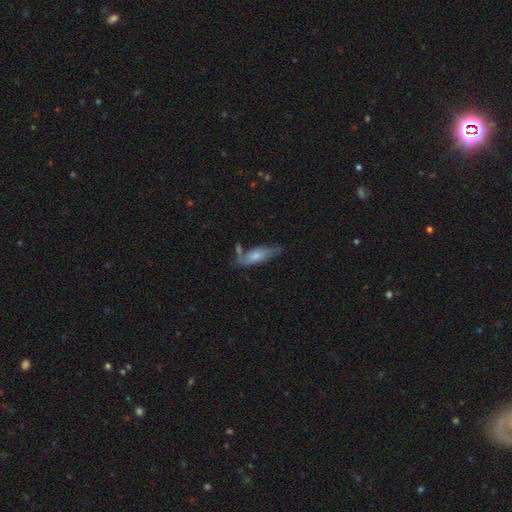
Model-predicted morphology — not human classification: This appears to be a smooth galaxy with no disk features (57%) that is in between round and cigar-shaped (52%). Merging: none (53%).